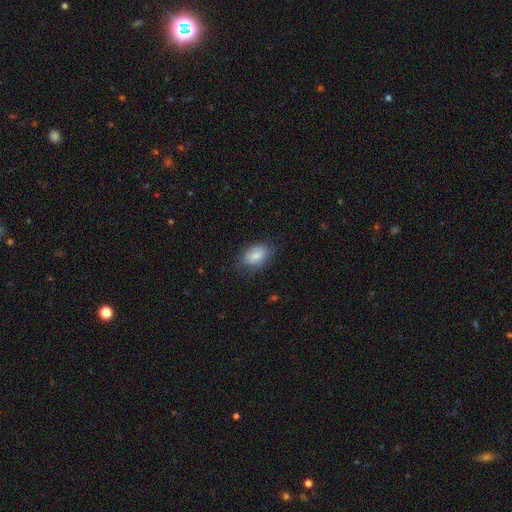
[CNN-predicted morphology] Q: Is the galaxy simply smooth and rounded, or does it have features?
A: smooth — 82%.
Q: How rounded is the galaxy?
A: in between — 87%.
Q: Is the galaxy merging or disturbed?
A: none — 74%.